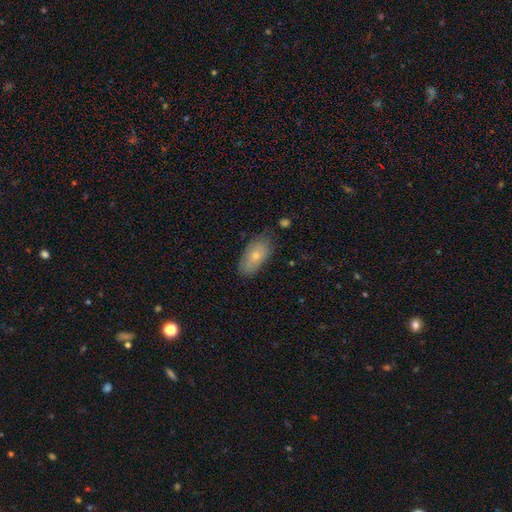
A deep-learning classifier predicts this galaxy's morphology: Smooth or featured: smooth — 73% (featured or disk — 20%)
How rounded: in between — 92% (cigar-shaped — 5%)
Merging: none — 71% (minor disturbance — 23%)